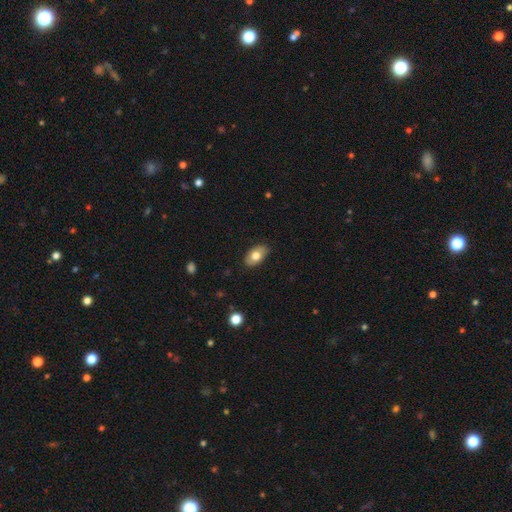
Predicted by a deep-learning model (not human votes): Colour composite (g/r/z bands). It shows a smooth galaxy with no disk features (75%) that is in between round and cigar-shaped (92%). Merging: none (82%).